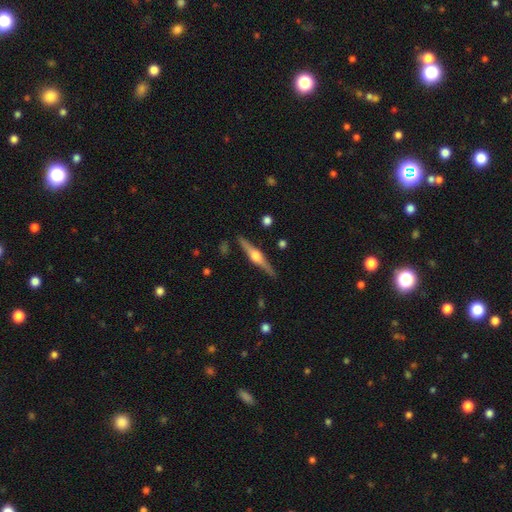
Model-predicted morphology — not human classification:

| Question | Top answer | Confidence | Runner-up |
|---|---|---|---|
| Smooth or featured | featured or disk | 79% | smooth (16%) |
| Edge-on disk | yes | 98% | no (2%) |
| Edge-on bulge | rounded | 94% | boxy (5%) |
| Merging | none | 89% | minor disturbance (7%) |